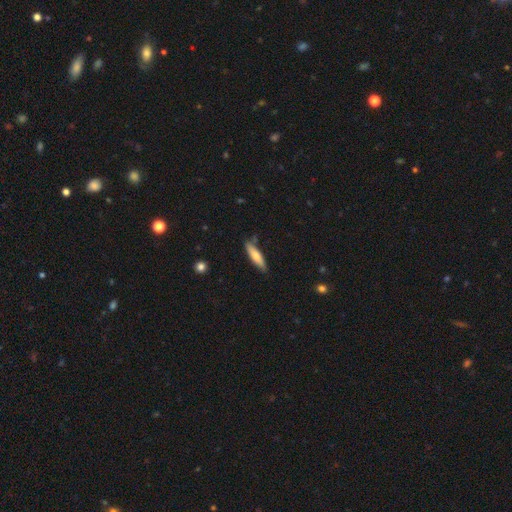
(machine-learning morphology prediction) A smooth galaxy with no disk features (68%) that is cigar-shaped (75%).

Vote fractions:
- Smooth or featured? smooth: 68% / featured or disk: 27% / star or artifact: 6%
- How rounded? cigar-shaped: 75% / in between: 23% / round: 2%
- Merging? none: 78% / minor disturbance: 16% / merger: 3% / major disturbance: 3%